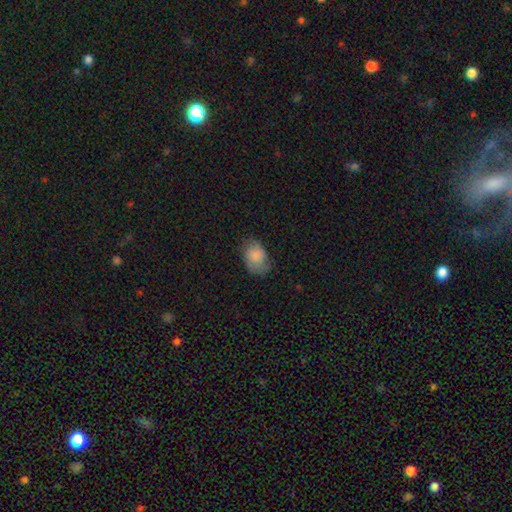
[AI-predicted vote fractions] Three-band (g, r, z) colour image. It shows a smooth galaxy with no disk features (74%) that is in between round and cigar-shaped (75%). Merging: none (64%).